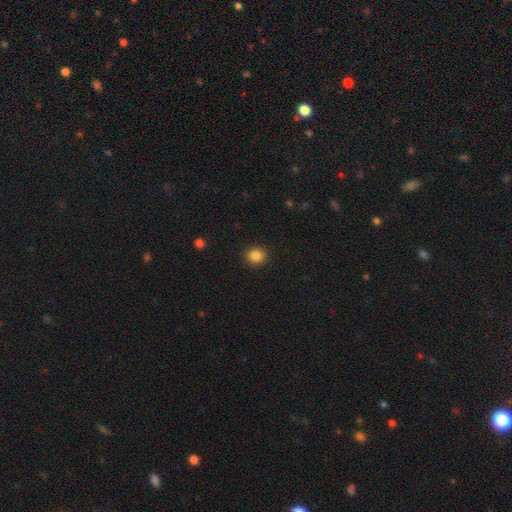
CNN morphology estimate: Smooth or featured: smooth — 86% (star or artifact — 11%)
How rounded: round — 83% (in between — 16%)
Merging: none — 91% (minor disturbance — 6%)